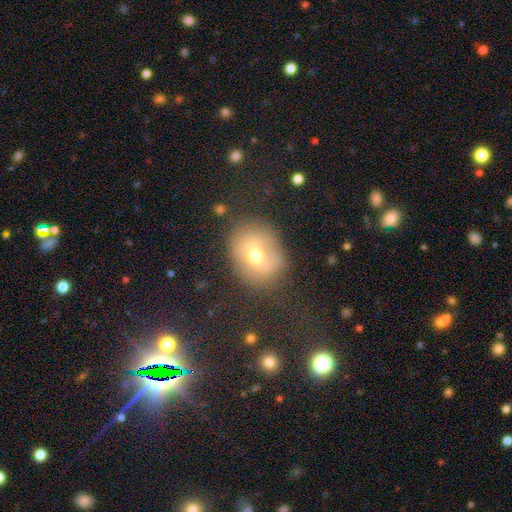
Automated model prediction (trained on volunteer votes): Smooth or featured? Predicted: smooth (p=0.53). How rounded? Predicted: round (p=0.54). Merging? Predicted: none (p=0.67).